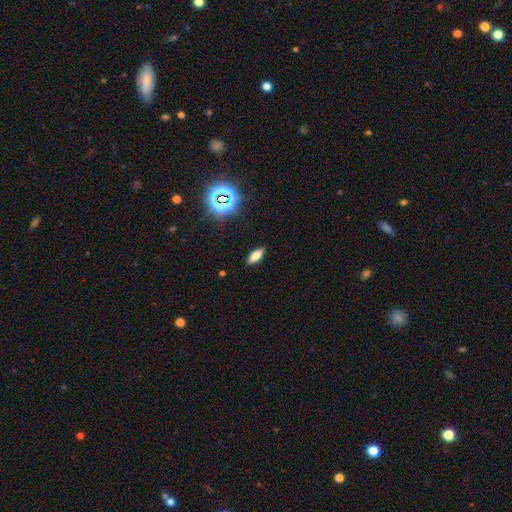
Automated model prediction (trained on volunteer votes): Q: Smooth or featured?
A: smooth (61%); runner-up: featured or disk (24%)
Q: How rounded?
A: in between (68%); runner-up: cigar-shaped (28%)
Q: Merging?
A: none (89%); runner-up: minor disturbance (8%)